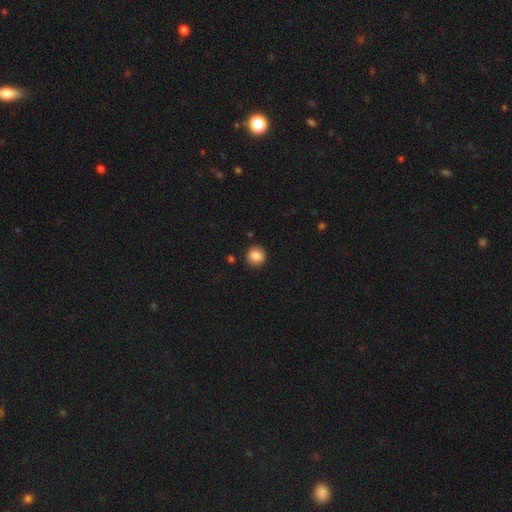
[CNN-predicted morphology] smooth-or-featured: smooth: 84% | star or artifact: 9% | featured or disk: 7%
  how-rounded: round: 88% | in between: 11% | cigar-shaped: 1%
  merging: none: 90% | minor disturbance: 7% | major disturbance: 2% | merger: 2%